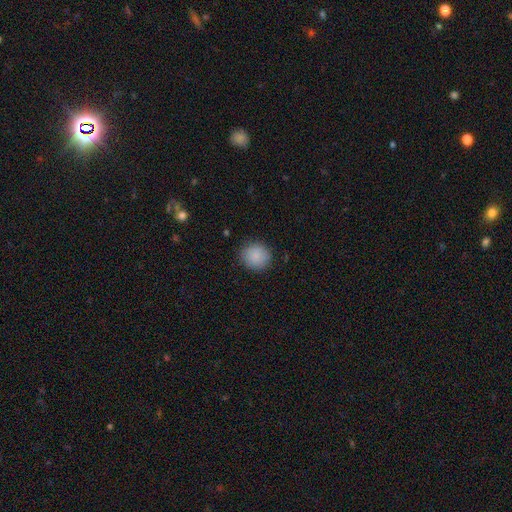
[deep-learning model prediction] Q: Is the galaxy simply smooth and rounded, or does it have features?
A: smooth — 88%.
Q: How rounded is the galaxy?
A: round — 89%.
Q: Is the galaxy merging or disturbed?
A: none — 88%.